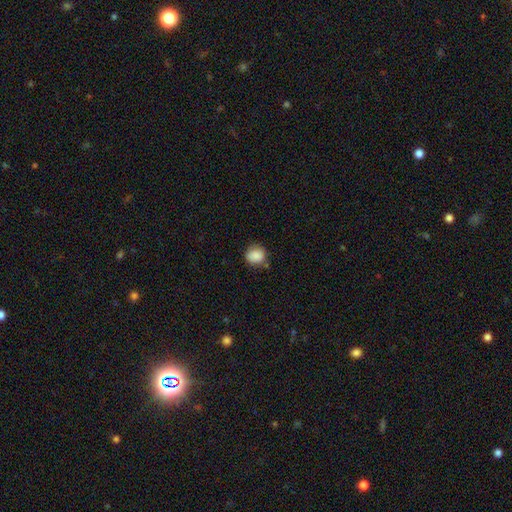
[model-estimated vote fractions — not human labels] smooth-or-featured: smooth: 88% | star or artifact: 8% | featured or disk: 4%
  how-rounded: round: 79% | in between: 20% | cigar-shaped: 1%
  merging: none: 73% | minor disturbance: 18% | merger: 5% | major disturbance: 4%